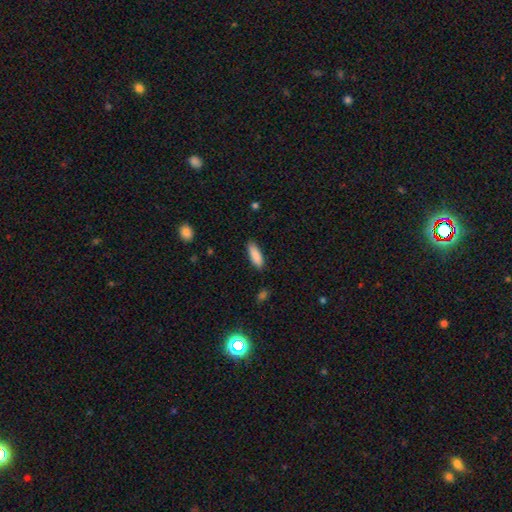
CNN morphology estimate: Smooth or featured? smooth (88%)
How rounded? in between (57%)
Merging? none (86%)